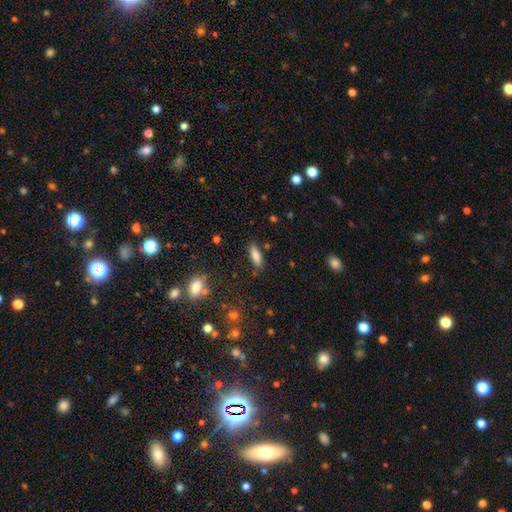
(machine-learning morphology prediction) Smooth or featured? smooth (82%)
How rounded? in between (65%)
Merging? none (81%)